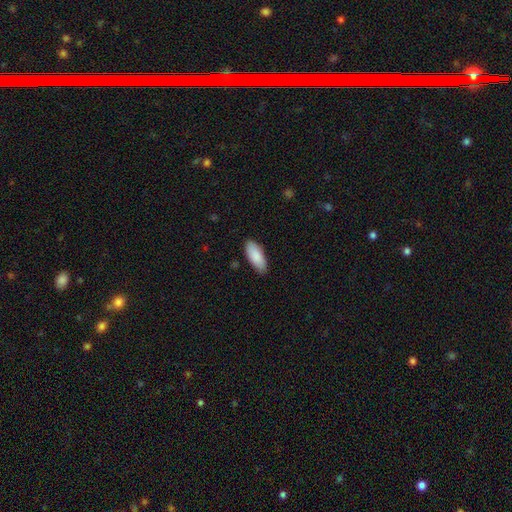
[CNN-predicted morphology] Smooth or featured? smooth (89%)
How rounded? in between (82%)
Merging? none (83%)